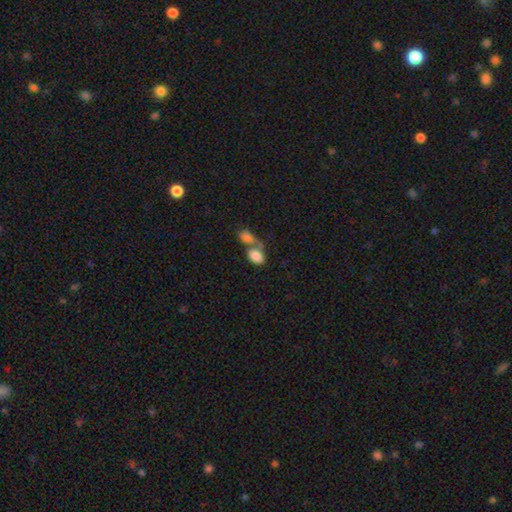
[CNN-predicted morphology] Q: Smooth or featured?
A: smooth (83%); runner-up: featured or disk (10%)
Q: How rounded?
A: in between (88%); runner-up: round (10%)
Q: Merging?
A: merger (68%); runner-up: none (19%)